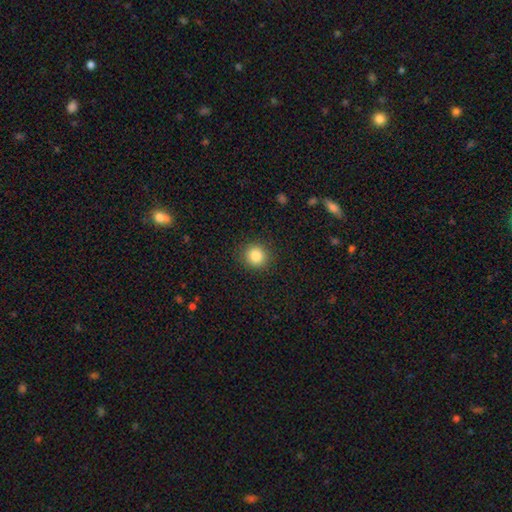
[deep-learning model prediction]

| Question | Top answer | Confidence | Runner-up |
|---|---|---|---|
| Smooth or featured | smooth | 84% | star or artifact (11%) |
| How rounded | round | 91% | in between (8%) |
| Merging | none | 91% | minor disturbance (6%) |